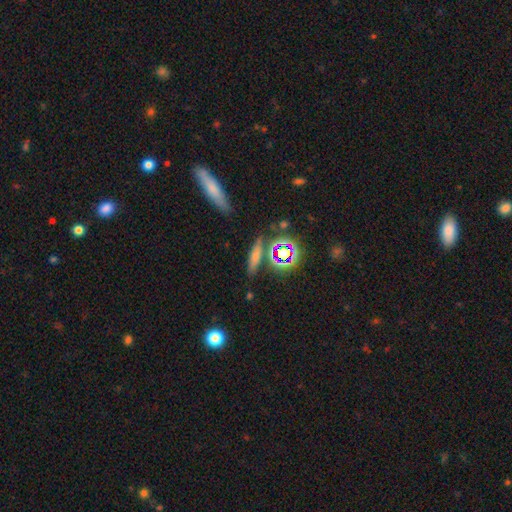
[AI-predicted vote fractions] Smooth or featured?
  - smooth: 59% *
  - star or artifact: 24%
  - featured or disk: 17%
How rounded?
  - cigar-shaped: 65% *
  - in between: 25%
  - round: 10%
Merging?
  - none: 78% *
  - minor disturbance: 11%
  - merger: 7%
  - major disturbance: 4%